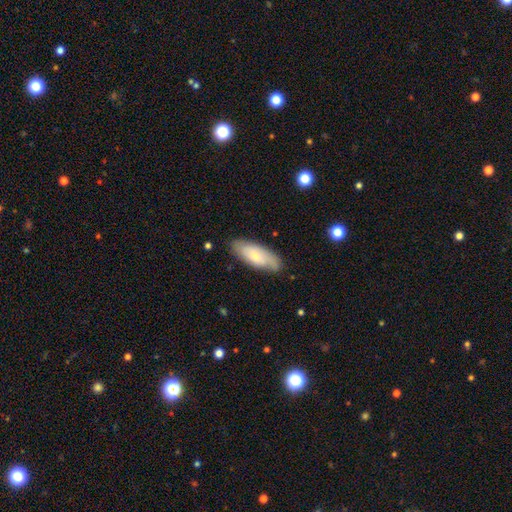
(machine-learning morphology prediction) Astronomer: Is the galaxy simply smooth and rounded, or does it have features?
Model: smooth — 58% (runner-up: featured or disk, 36%).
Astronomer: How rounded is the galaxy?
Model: in between — 75%.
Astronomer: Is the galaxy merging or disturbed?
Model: none — 77%.